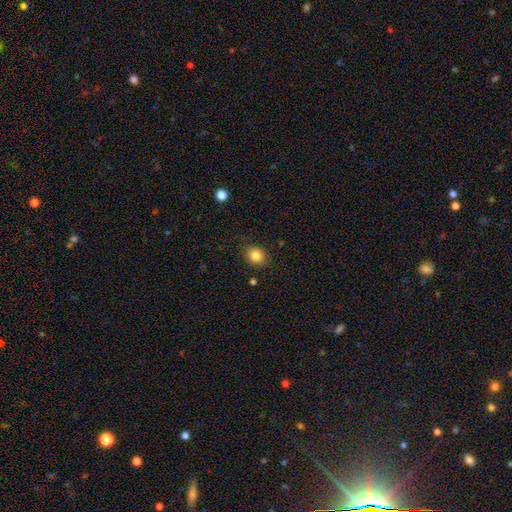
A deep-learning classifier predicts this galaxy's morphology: smooth 83%, star or artifact 11%, featured or disk 6%. Down the decision tree: how rounded — round (72%); merging — none (86%).